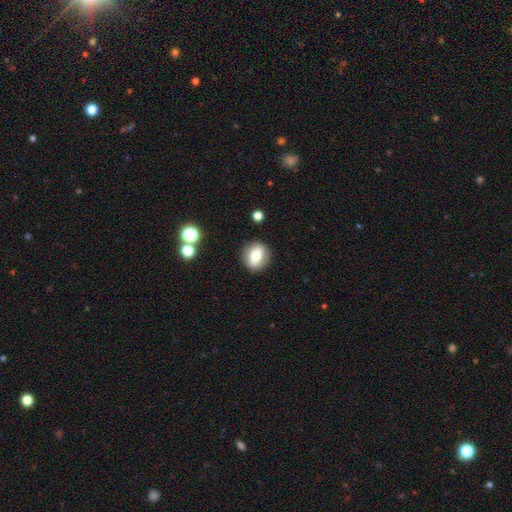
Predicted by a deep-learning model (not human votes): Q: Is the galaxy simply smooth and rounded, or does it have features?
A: smooth — 65%.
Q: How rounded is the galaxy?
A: round — 68%.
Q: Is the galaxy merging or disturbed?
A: none — 87%.